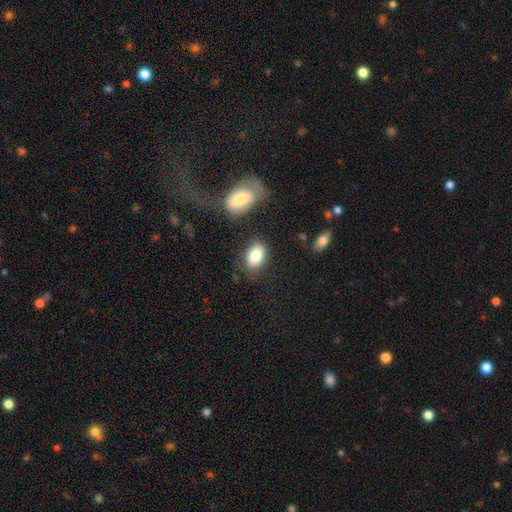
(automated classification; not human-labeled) Smooth or featured? smooth (86%)
How rounded? in between (88%)
Merging? none (74%)